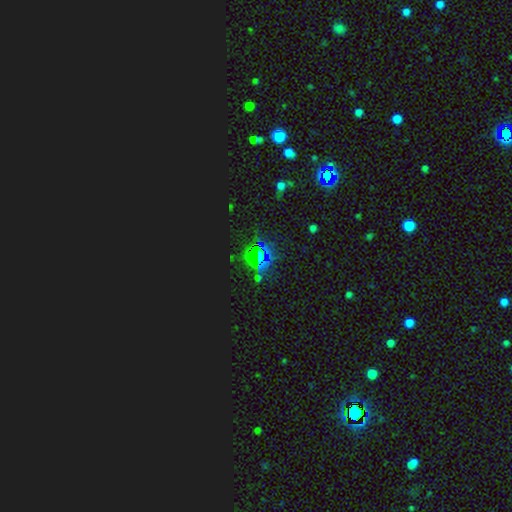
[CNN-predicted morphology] Q: Smooth or featured?
A: star or artifact (80%); runner-up: smooth (13%)